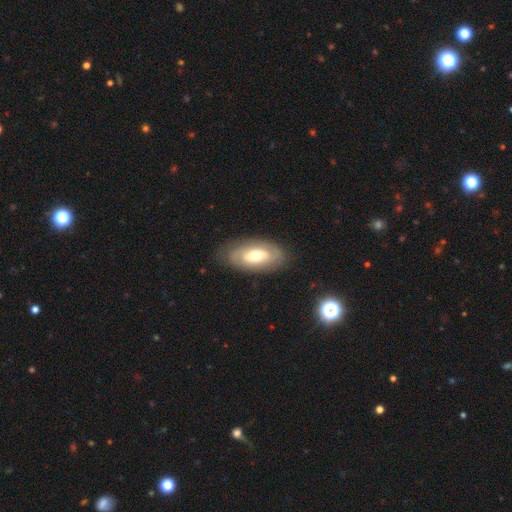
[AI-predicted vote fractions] featured or disk 49%, smooth 44%, star or artifact 6%. Down the decision tree: merging — none (81%).